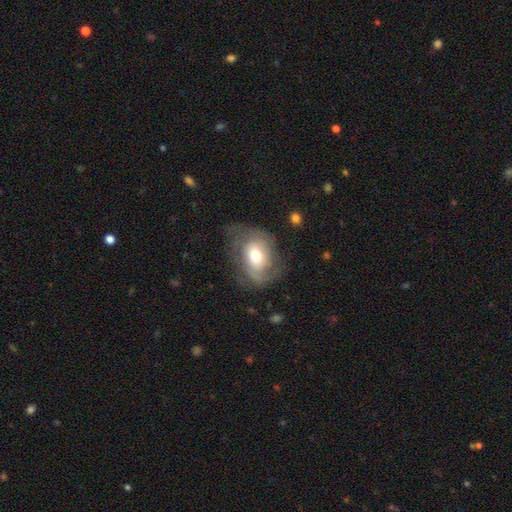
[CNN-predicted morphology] Smooth or featured?
  - featured or disk: 62% *
  - smooth: 31%
  - star or artifact: 7%
Edge-on disk?
  - no: 96% *
  - yes: 4%
Bar?
  - no: 63% *
  - weak: 29%
  - strong: 8%
Spiral arms?
  - yes: 81% *
  - no: 19%
Bulge size?
  - moderate: 62% *
  - large: 22%
  - small: 13%
  - dominant: 2%
  - none: 1%
Merging?
  - none: 58% *
  - minor disturbance: 23%
  - major disturbance: 18%
  - merger: 2%